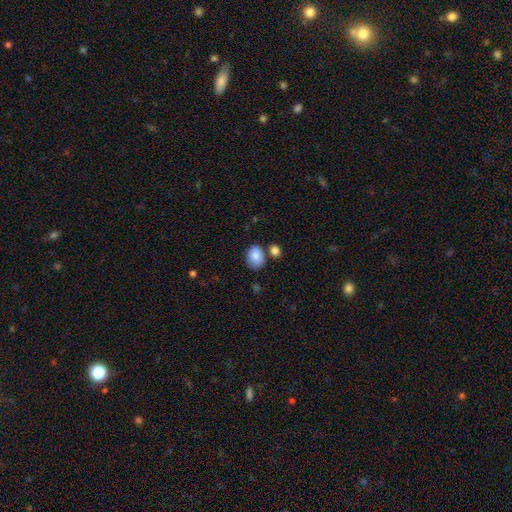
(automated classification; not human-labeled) Smooth or featured: smooth — 84% (featured or disk — 8%)
How rounded: in between — 63% (round — 36%)
Merging: none — 66% (minor disturbance — 16%)